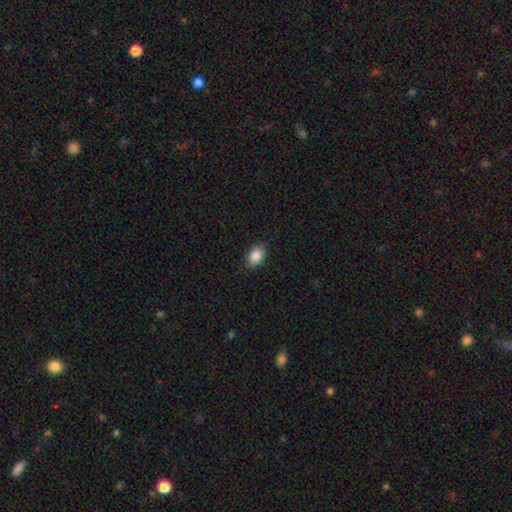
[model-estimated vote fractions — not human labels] A smooth galaxy with no disk features (88%) that is in between round and cigar-shaped (87%).

Vote fractions:
- Smooth or featured? smooth: 88% / star or artifact: 7% / featured or disk: 5%
- How rounded? in between: 87% / round: 12% / cigar-shaped: 2%
- Merging? none: 86% / minor disturbance: 11% / major disturbance: 2% / merger: 1%